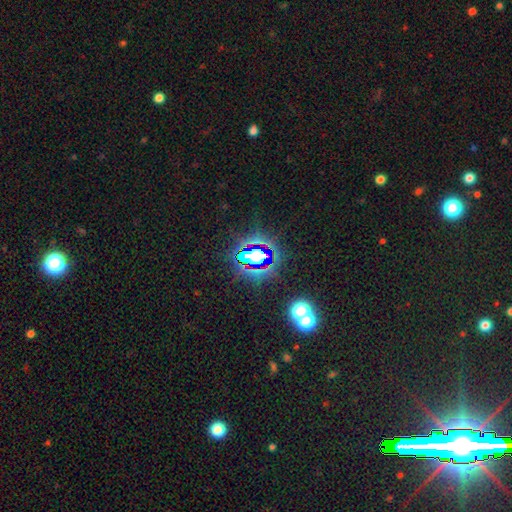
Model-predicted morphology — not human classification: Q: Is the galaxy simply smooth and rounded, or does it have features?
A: star or artifact — 72%.